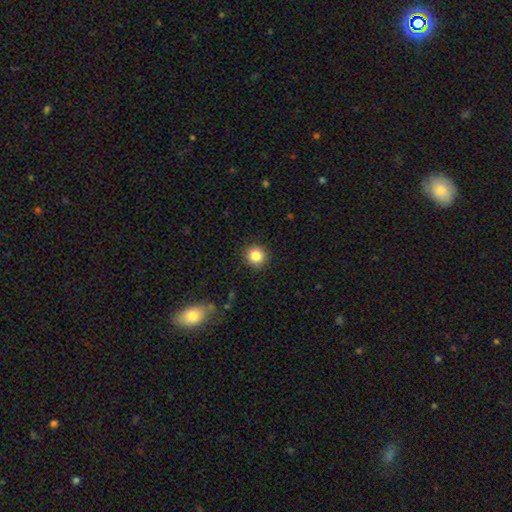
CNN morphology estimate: smooth 85%, star or artifact 10%, featured or disk 5%. Down the decision tree: how rounded — round (92%); merging — none (91%).